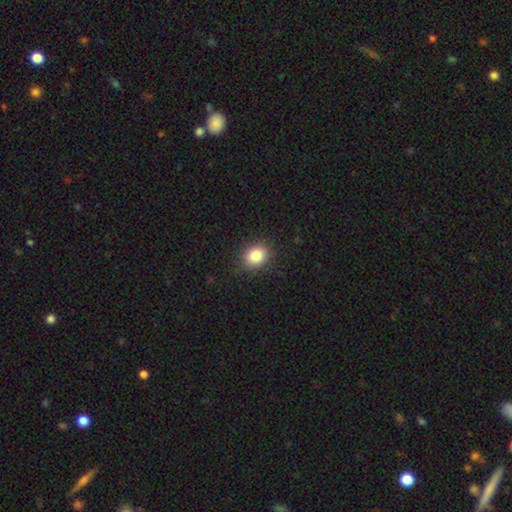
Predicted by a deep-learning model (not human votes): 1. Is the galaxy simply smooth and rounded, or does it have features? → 84% smooth, 10% star or artifact, 6% featured or disk.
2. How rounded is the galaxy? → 50% round, 49% in between, 1% cigar-shaped.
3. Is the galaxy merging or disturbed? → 87% none, 9% minor disturbance, 3% major disturbance, 1% merger.